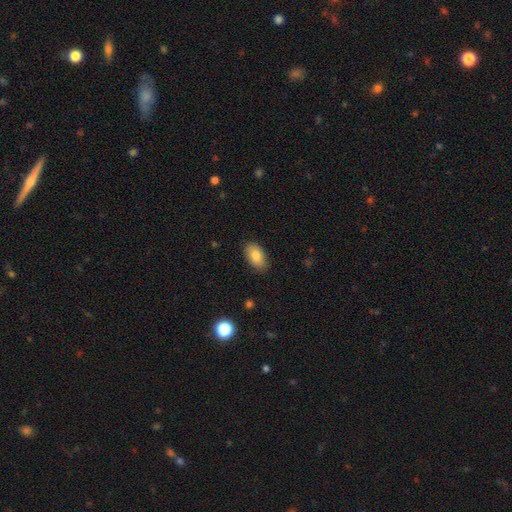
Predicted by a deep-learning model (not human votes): smooth 82%, featured or disk 11%, star or artifact 7%. Down the decision tree: how rounded — in between (93%); merging — none (86%).